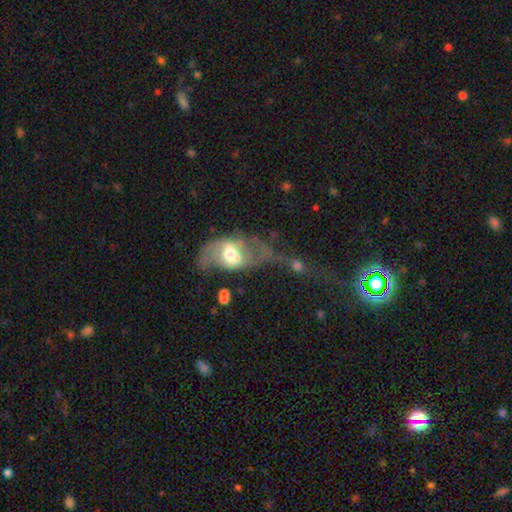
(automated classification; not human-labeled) Overall: featured or disk (64%; smooth 25%). Edge-on disk: no (92%). Bar: no (46%; weak 41%). Spiral arms: yes (67%; no 33%). Bulge size: moderate (62%). Merging: major disturbance (41%; none 21%).